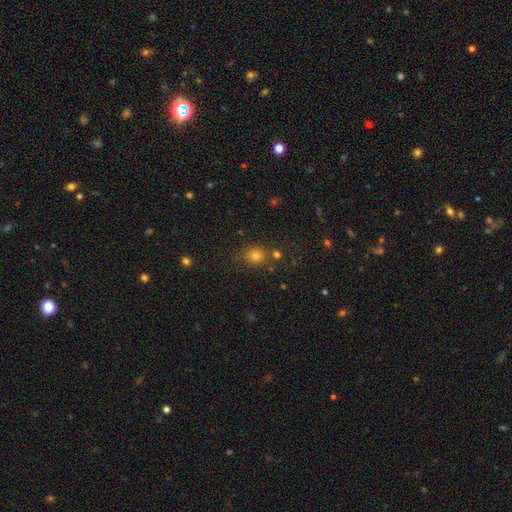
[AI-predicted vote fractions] Smooth or featured? smooth (72%)
How rounded? round (76%)
Merging? none (77%)